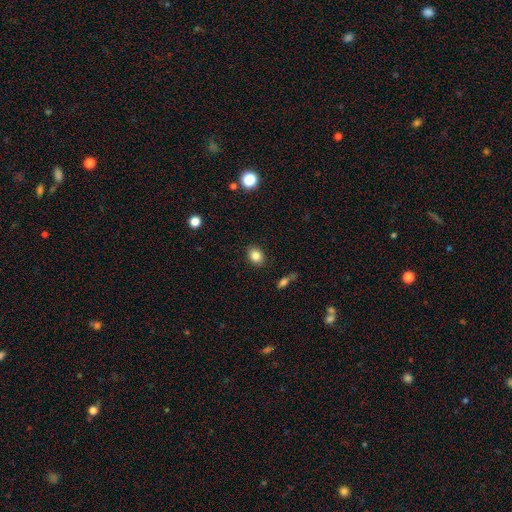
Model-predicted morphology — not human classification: Smooth or featured? smooth (84%)
How rounded? in between (51%)
Merging? none (88%)